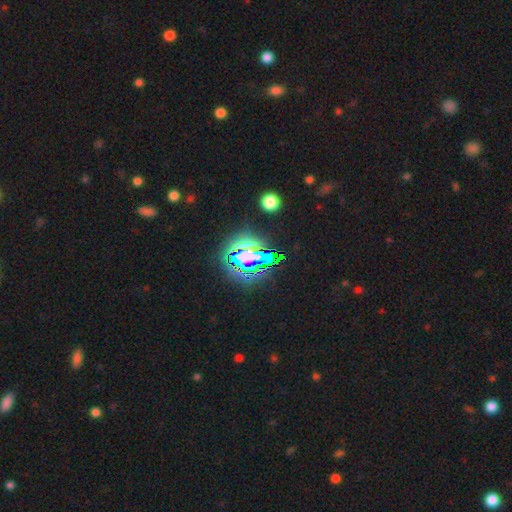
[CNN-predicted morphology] Smooth or featured?
  - star or artifact: 71% *
  - smooth: 16%
  - featured or disk: 12%